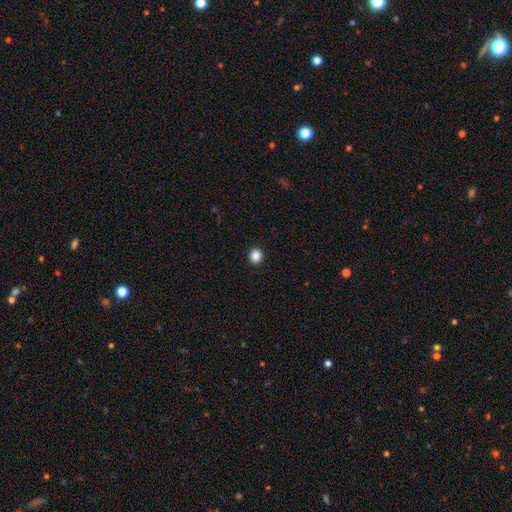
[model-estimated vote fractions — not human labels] Smooth or featured? Predicted: smooth (p=0.87). How rounded? Predicted: round (p=0.89). Merging? Predicted: none (p=0.93).